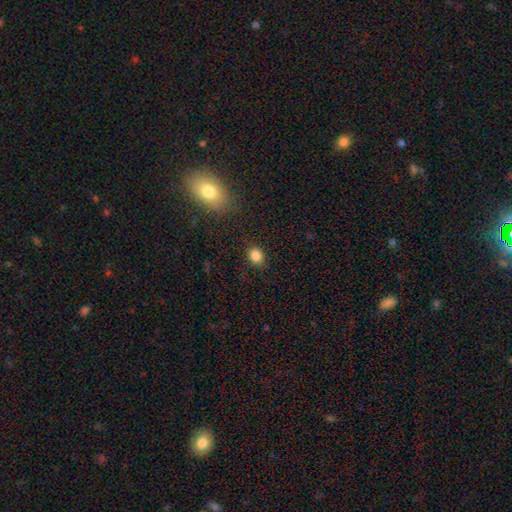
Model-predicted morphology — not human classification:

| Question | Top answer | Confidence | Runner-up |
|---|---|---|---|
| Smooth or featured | smooth | 84% | star or artifact (12%) |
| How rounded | round | 63% | in between (35%) |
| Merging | none | 85% | minor disturbance (10%) |